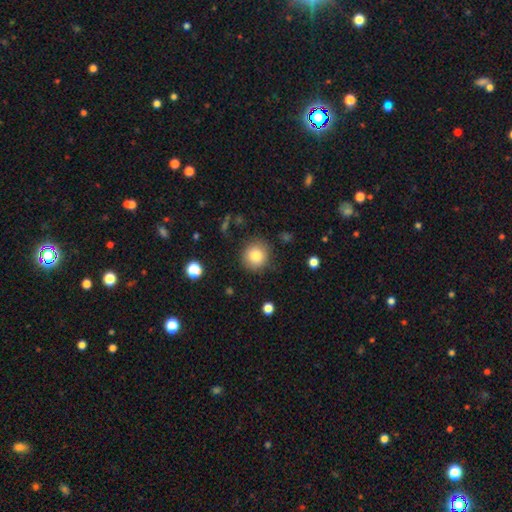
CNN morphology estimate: smooth_or_featured: smooth (p=0.83) [alt: star or artifact p=0.10]
how_rounded: round (p=0.91) [alt: in between p=0.08]
merging: none (p=0.85) [alt: minor disturbance p=0.10]